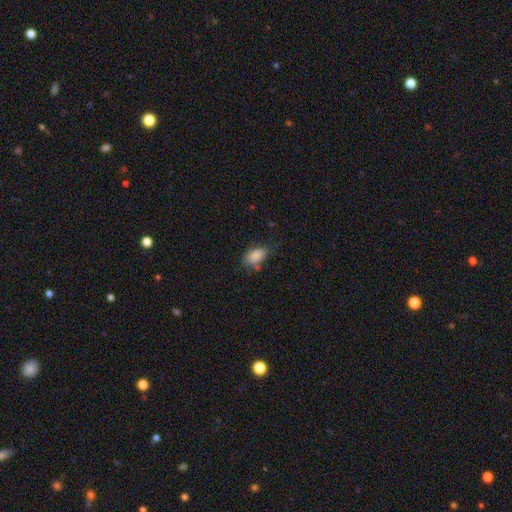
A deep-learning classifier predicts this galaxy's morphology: Overall: smooth (85%). How rounded: in between (89%). Merging: none (55%; minor disturbance 30%).